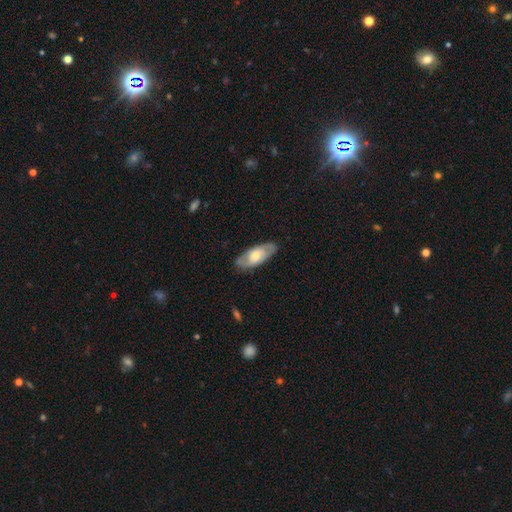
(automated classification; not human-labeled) Overall: featured or disk (47%, tied with smooth). Merging: none (82%).